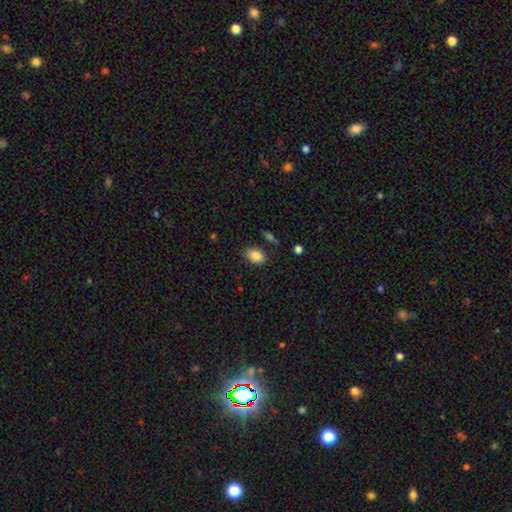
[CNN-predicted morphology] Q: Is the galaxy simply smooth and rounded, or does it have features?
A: smooth — 85%.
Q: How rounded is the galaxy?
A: in between — 85%.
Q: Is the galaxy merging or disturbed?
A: none — 80%.